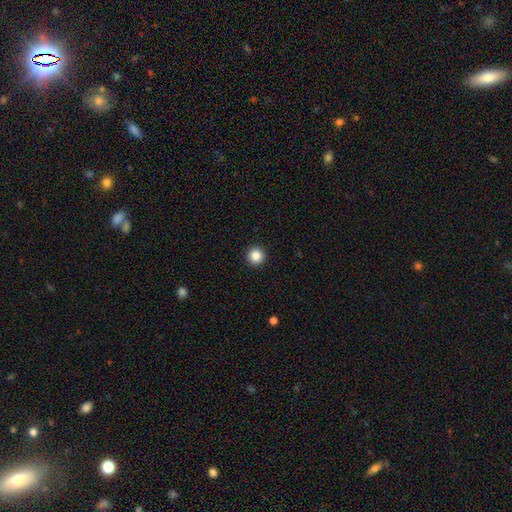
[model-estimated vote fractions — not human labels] Overall: smooth (86%). How rounded: round (96%). Merging: none (94%).